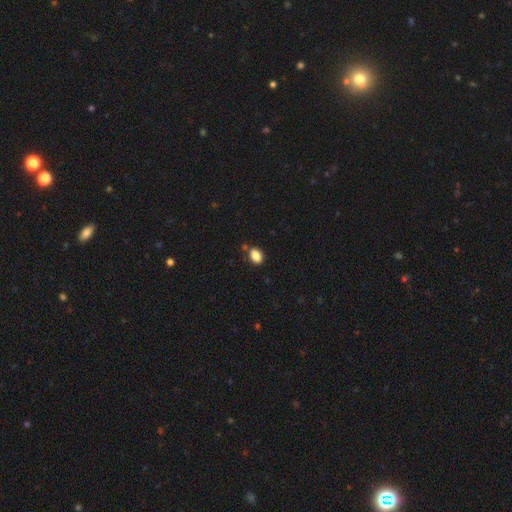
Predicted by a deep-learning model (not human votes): Smooth or featured? smooth (86%)
How rounded? in between (80%)
Merging? none (79%)